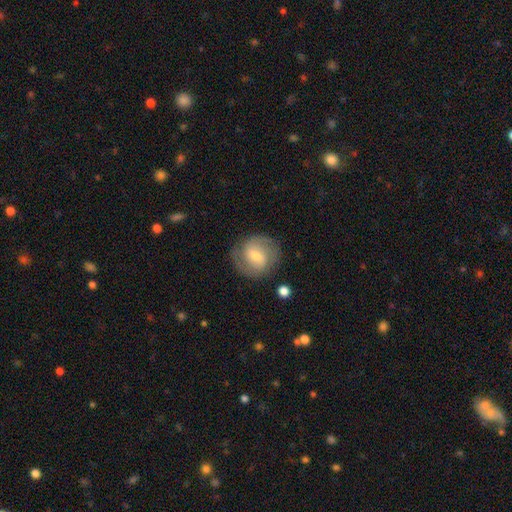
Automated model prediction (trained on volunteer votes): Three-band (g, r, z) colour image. It shows a featured or disk galaxy (60%) with a weak bar (56%), 2 (77%) medium (47%) spiral arms (86%) and a small central bulge (46%). Merging: none (78%).